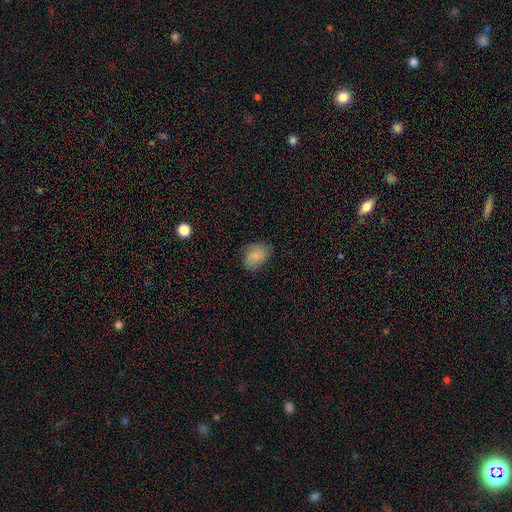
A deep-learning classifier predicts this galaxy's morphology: Q: Smooth or featured?
A: smooth (80%); runner-up: featured or disk (12%)
Q: How rounded?
A: in between (75%); runner-up: round (24%)
Q: Merging?
A: none (68%); runner-up: minor disturbance (24%)